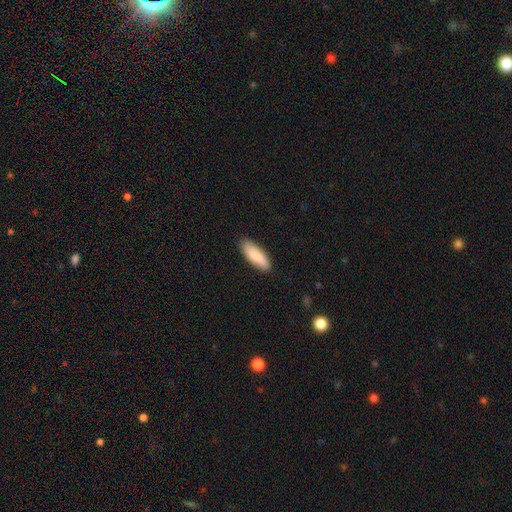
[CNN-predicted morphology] type=smooth (86%); roundness=in between (61%); merging=none (88%).